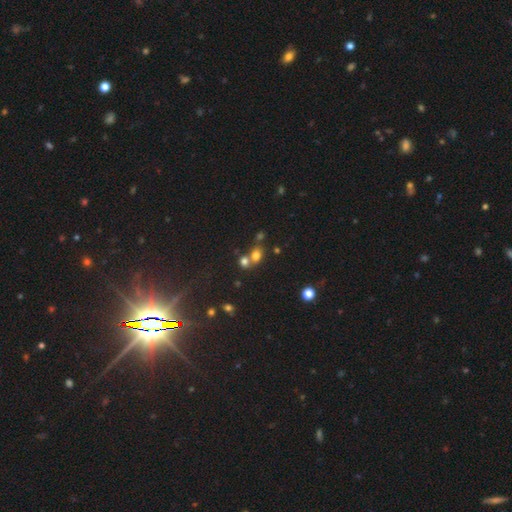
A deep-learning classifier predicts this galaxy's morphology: type=smooth (71%); roundness=round (56%); merging=merger (46%).